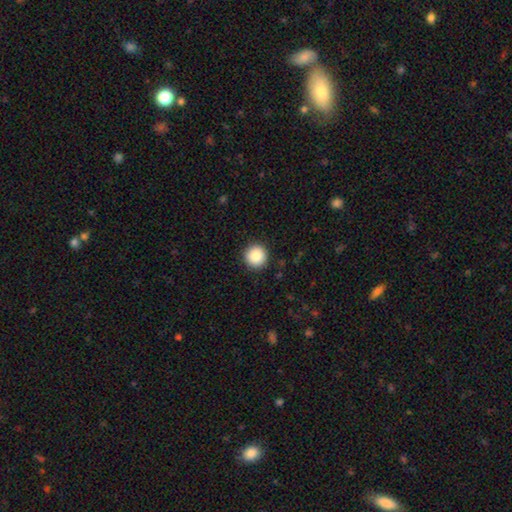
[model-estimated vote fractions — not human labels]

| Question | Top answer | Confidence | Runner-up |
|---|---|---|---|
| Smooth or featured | smooth | 87% | star or artifact (9%) |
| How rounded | round | 95% | in between (4%) |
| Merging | none | 92% | minor disturbance (5%) |